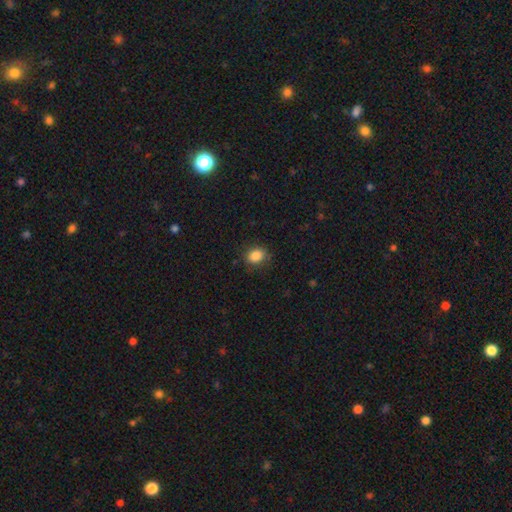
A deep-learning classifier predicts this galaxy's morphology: The model was most divided on "how rounded": round: 51%, in between: 48%, cigar-shaped: 1%. More confident: smooth or featured — smooth (86%); merging — none (82%).